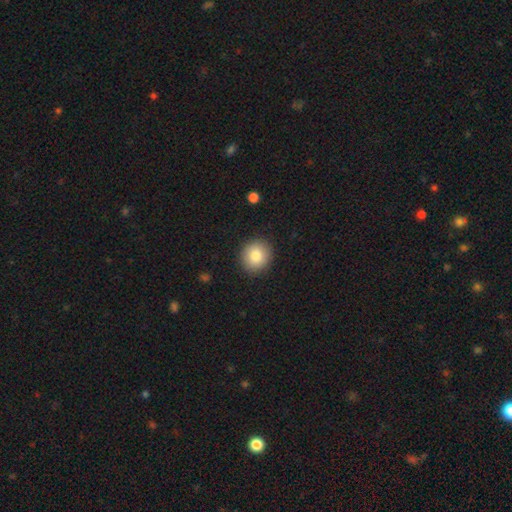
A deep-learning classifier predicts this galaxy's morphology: This appears to be a smooth galaxy with no disk features (82%) that is round (83%). Merging: none (90%).